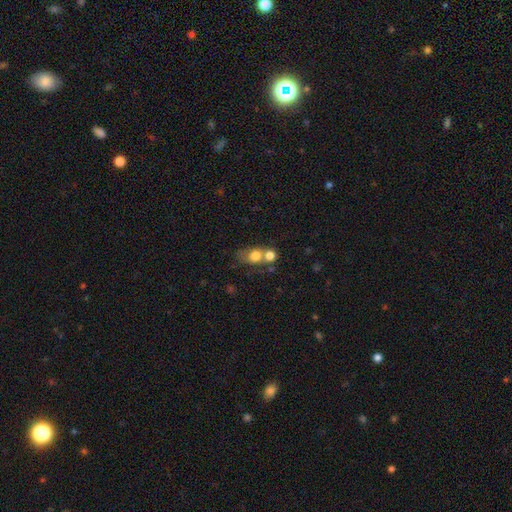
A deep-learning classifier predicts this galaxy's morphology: Q: Smooth or featured?
A: smooth (75%); runner-up: featured or disk (15%)
Q: How rounded?
A: round (51%); runner-up: in between (47%)
Q: Merging?
A: merger (53%); runner-up: none (30%)